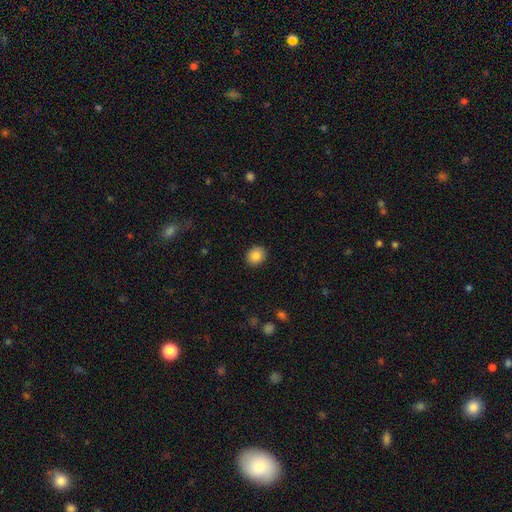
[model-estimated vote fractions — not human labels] Smooth or featured? smooth (86%)
How rounded? round (66%)
Merging? none (90%)